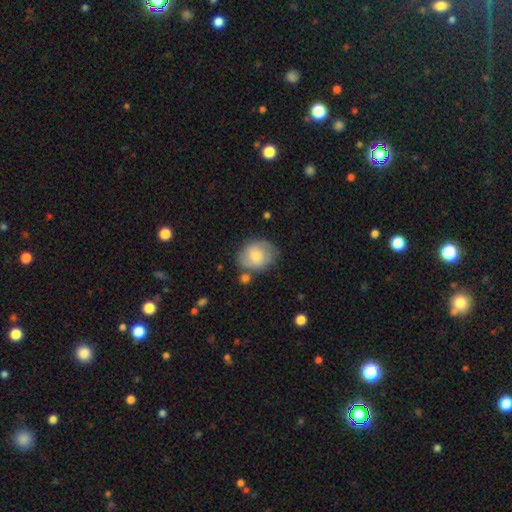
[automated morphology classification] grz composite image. It shows a smooth galaxy with no disk features (61%) that is round (57%). Merging: none (69%).